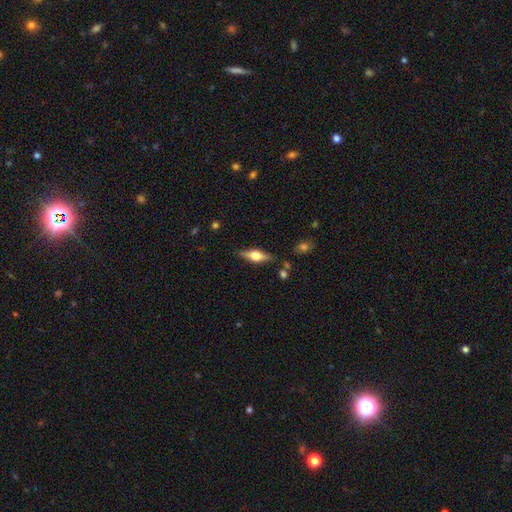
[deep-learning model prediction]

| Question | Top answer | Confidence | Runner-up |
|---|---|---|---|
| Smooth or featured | featured or disk | 56% | smooth (38%) |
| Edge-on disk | yes | 93% | no (7%) |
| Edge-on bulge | rounded | 93% | boxy (6%) |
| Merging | none | 84% | minor disturbance (11%) |